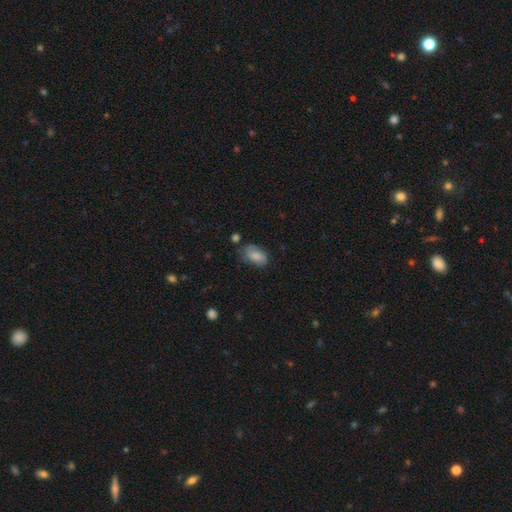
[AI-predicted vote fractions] Smooth or featured: smooth — 81% (featured or disk — 12%)
How rounded: in between — 92% (round — 6%)
Merging: none — 58% (minor disturbance — 30%)